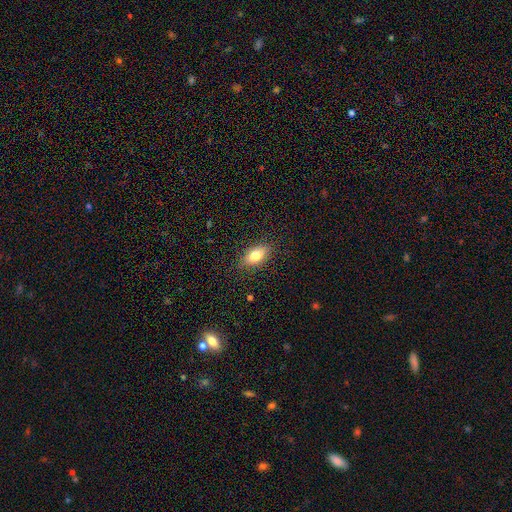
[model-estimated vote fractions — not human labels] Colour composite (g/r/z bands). It shows a smooth galaxy with no disk features (78%) that is in between round and cigar-shaped (86%). Merging: none (87%).